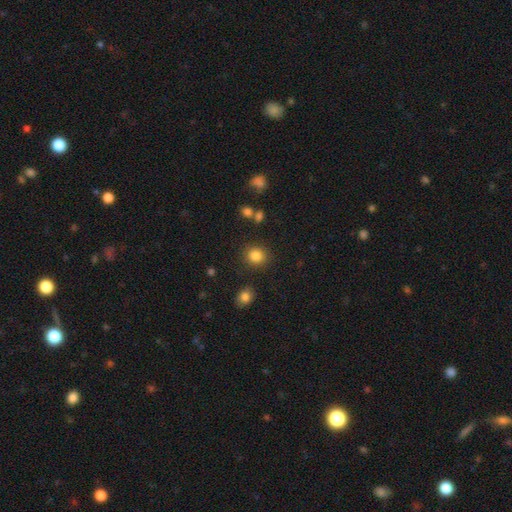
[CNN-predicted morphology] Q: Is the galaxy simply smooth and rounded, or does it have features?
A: smooth — 85%.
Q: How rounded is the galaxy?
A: round — 84%.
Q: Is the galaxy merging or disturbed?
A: none — 86%.